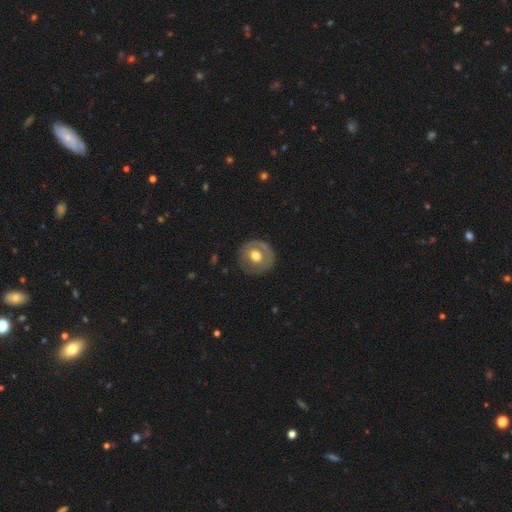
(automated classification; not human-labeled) This is possibly a smooth galaxy (49%). Merging: clearly none (81%).